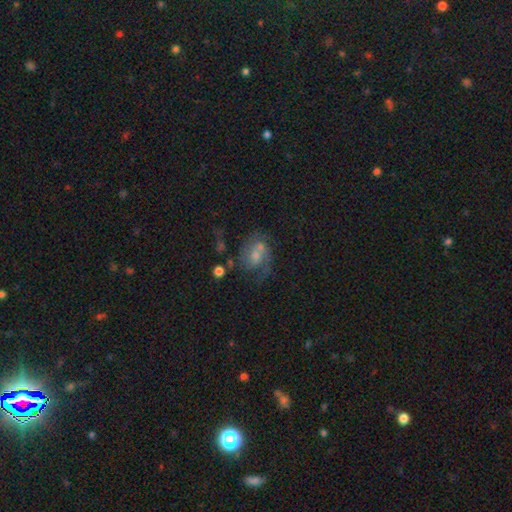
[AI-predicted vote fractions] A featured or disk galaxy (60%) with no bar (59%), spiral arms (81%) and a moderate central bulge (46%). Merging: none (46%).